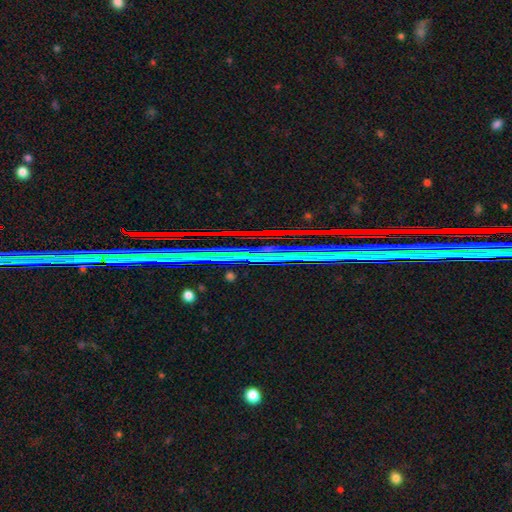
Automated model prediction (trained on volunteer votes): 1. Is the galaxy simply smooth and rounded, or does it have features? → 87% star or artifact, 8% featured or disk, 5% smooth.